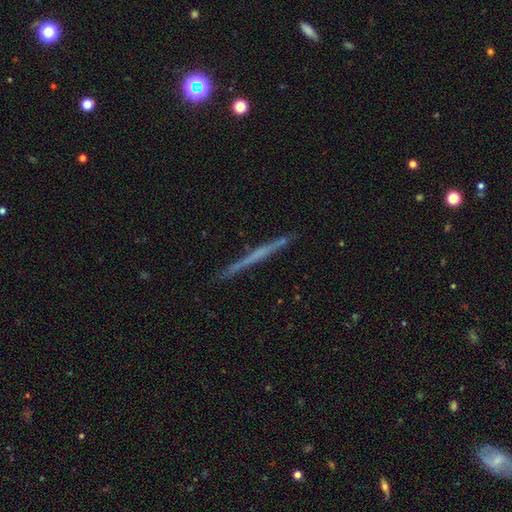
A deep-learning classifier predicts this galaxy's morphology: Q: Smooth or featured?
A: featured or disk (55%); runner-up: smooth (38%)
Q: Edge-on disk?
A: yes (97%); runner-up: no (3%)
Q: Edge-on bulge?
A: none (91%); runner-up: rounded (6%)
Q: Merging?
A: none (90%); runner-up: minor disturbance (7%)